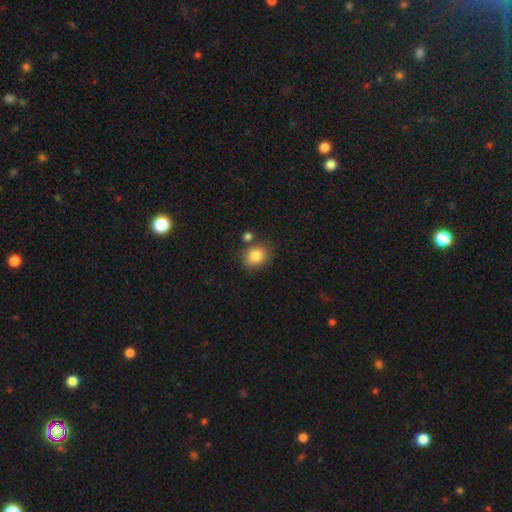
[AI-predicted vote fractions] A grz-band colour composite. It shows a smooth galaxy with no disk features (84%) that is round (62%). Merging: none (72%).